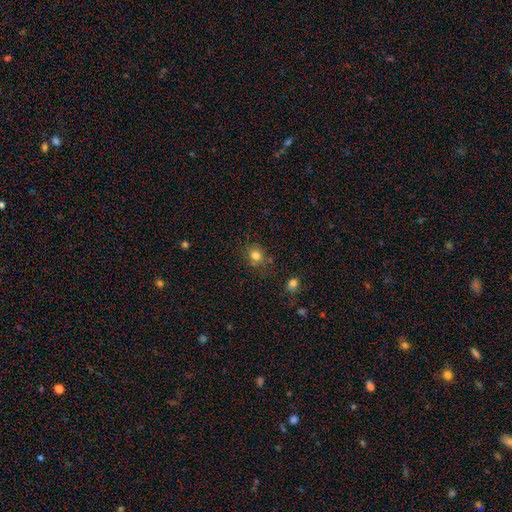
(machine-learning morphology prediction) Smooth or featured? smooth (80%)
How rounded? round (80%)
Merging? none (77%)